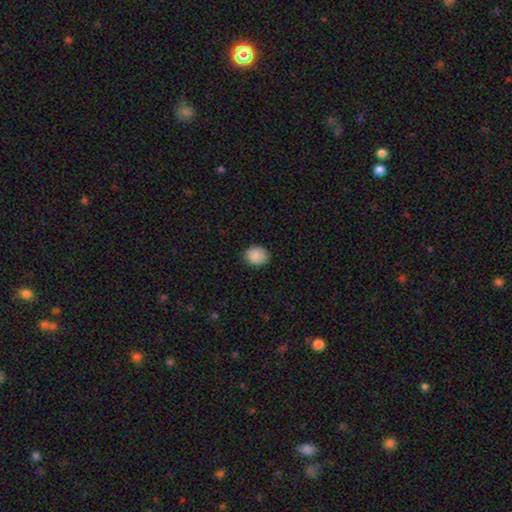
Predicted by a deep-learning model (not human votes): A smooth galaxy with no disk features (89%) that is round (64%). Merging: none (87%).